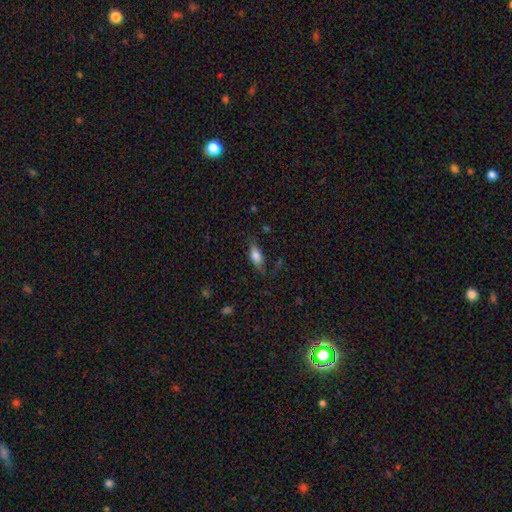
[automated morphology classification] type=smooth (75%); roundness=in between (78%); merging=none (69%).